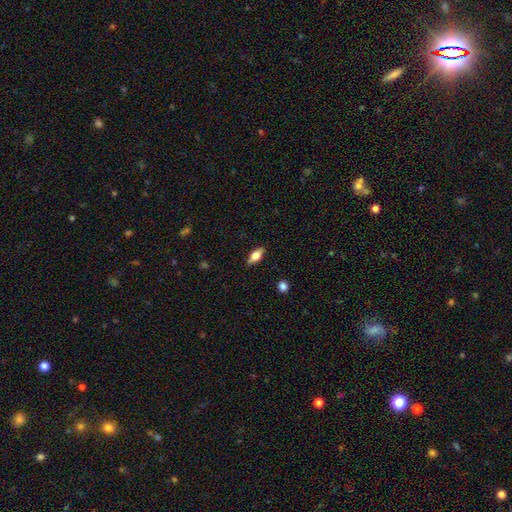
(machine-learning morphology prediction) type=smooth (61%); roundness=in between (80%); merging=none (87%).